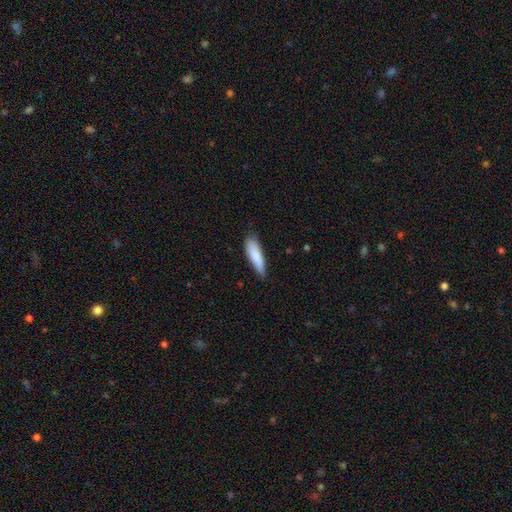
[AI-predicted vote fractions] Morphology: type=smooth (84%); roundness=cigar-shaped (60%); merging=none (67%).